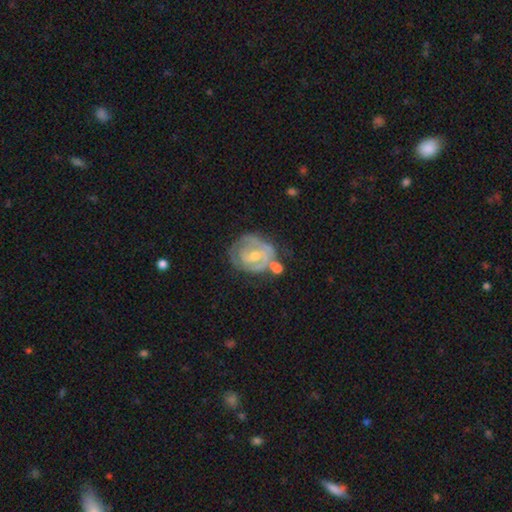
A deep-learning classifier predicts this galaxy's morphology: This is likely a featured or disk galaxy (79%). It is clearly not viewed edge-on (97%). Bar: possibly no (48%). Spiral arm pattern: clearly yes (83%). Spiral arm count: marginally 2 (41%). Spiral winding: likely tight (67%). Central bulge: possibly moderate (51%). Merging: possibly none (48%).